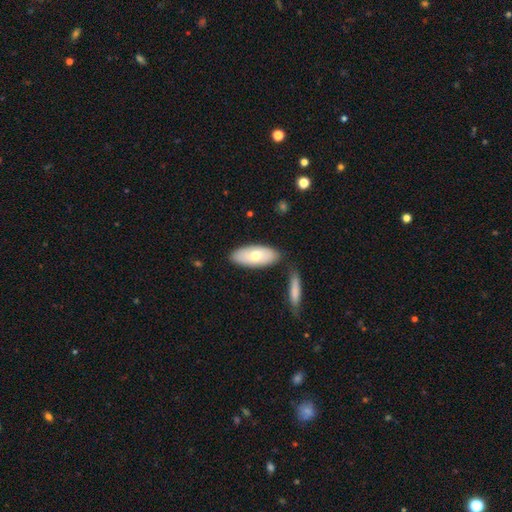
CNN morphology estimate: This is likely a smooth galaxy (65%). How rounded: clearly in between (85%). Merging: likely none (77%).